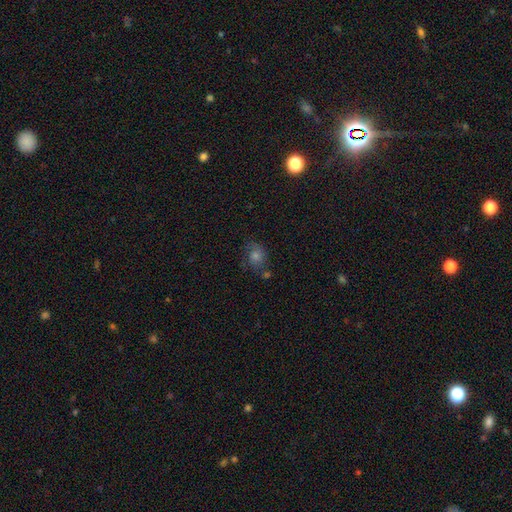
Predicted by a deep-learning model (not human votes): Smooth or featured? smooth (42%)
Merging? none (67%)